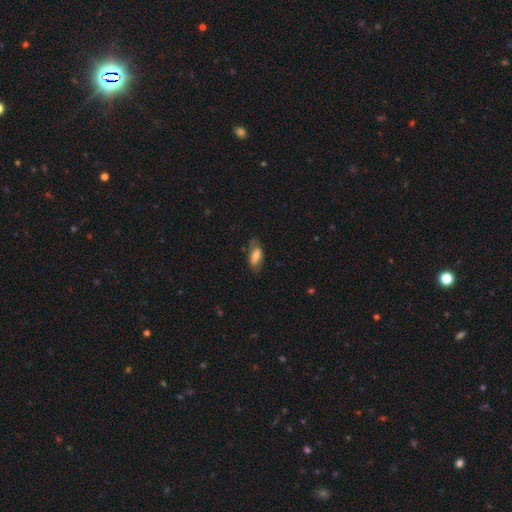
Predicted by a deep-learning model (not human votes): smooth_or_featured: smooth (p=0.70) [alt: featured or disk p=0.23]
how_rounded: in between (p=0.83) [alt: cigar-shaped p=0.14]
merging: none (p=0.63) [alt: minor disturbance p=0.25]